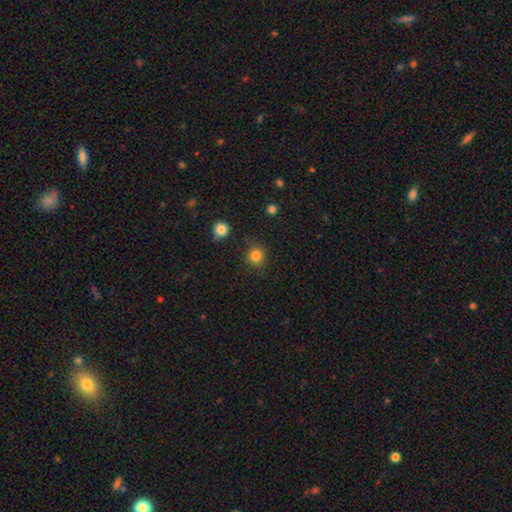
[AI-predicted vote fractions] This appears to be a smooth galaxy with no disk features (83%) that is round (88%). Merging: none (86%).